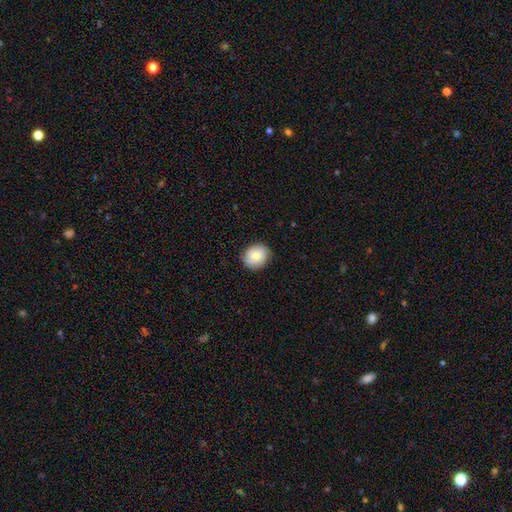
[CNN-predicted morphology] Overall: smooth (81%). How rounded: round (67%; in between 32%). Merging: none (86%).